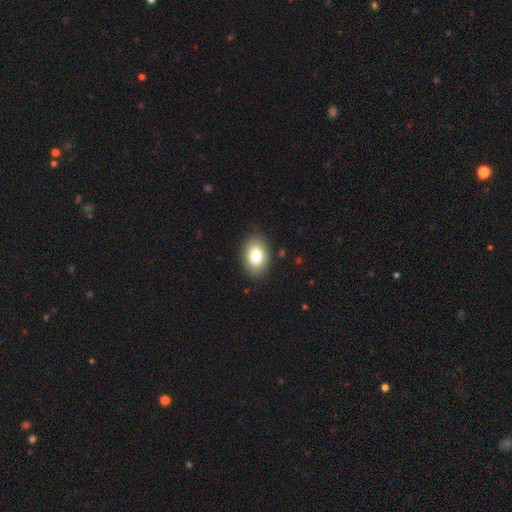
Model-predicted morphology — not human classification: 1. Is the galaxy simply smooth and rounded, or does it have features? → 82% smooth, 11% featured or disk, 8% star or artifact.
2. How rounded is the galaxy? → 86% in between, 13% round, 1% cigar-shaped.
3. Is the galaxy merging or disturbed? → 87% none, 10% minor disturbance, 2% major disturbance, 1% merger.